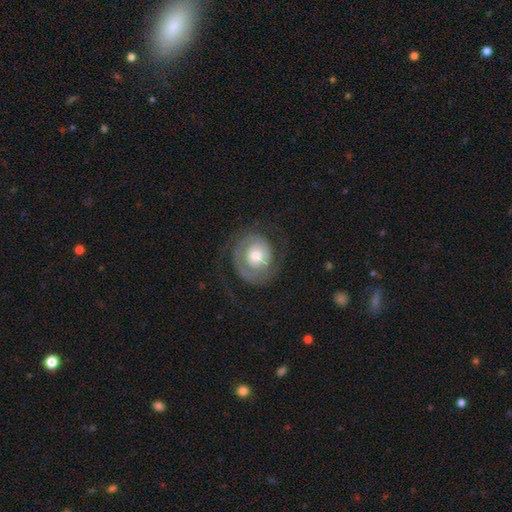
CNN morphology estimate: featured or disk 69%, smooth 25%, star or artifact 6%. Down the decision tree: edge-on disk — no (97%); bar — no (81%); spiral arms — yes (79%); spiral arm count — 1 (37%); spiral winding — tight (62%); bulge size — moderate (59%); merging — none (65%).